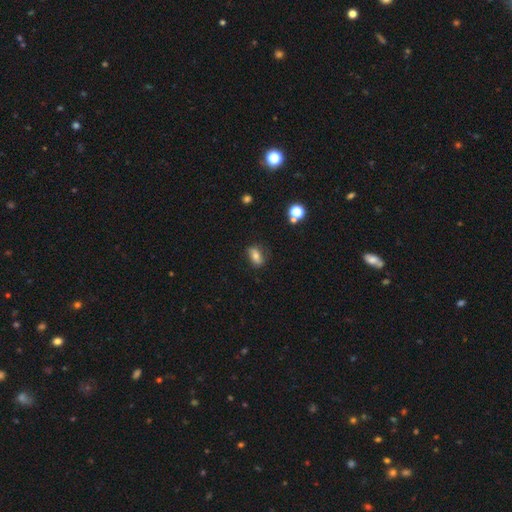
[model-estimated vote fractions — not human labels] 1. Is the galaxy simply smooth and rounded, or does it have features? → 62% smooth, 26% featured or disk, 11% star or artifact.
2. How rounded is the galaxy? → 80% in between, 13% round, 7% cigar-shaped.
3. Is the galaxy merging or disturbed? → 74% none, 19% minor disturbance, 5% major disturbance, 2% merger.